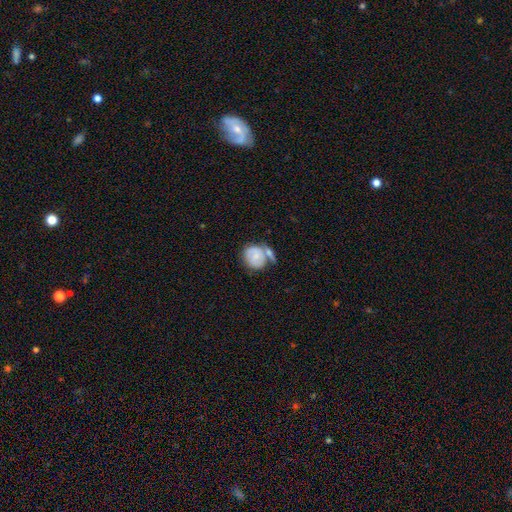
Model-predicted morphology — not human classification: Smooth or featured?
  - smooth: 57% *
  - featured or disk: 35%
  - star or artifact: 8%
How rounded?
  - round: 66% *
  - in between: 33%
  - cigar-shaped: 1%
Merging?
  - none: 38% *
  - merger: 33%
  - minor disturbance: 20%
  - major disturbance: 9%